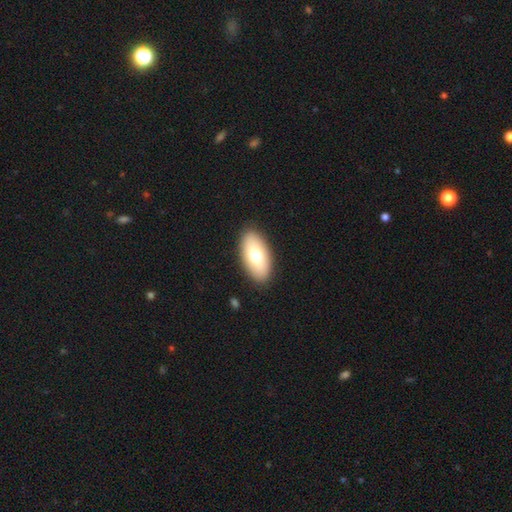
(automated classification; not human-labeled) smooth_or_featured: smooth (p=0.72) [alt: featured or disk p=0.23]
how_rounded: in between (p=0.93) [alt: cigar-shaped p=0.04]
merging: none (p=0.89) [alt: minor disturbance p=0.08]